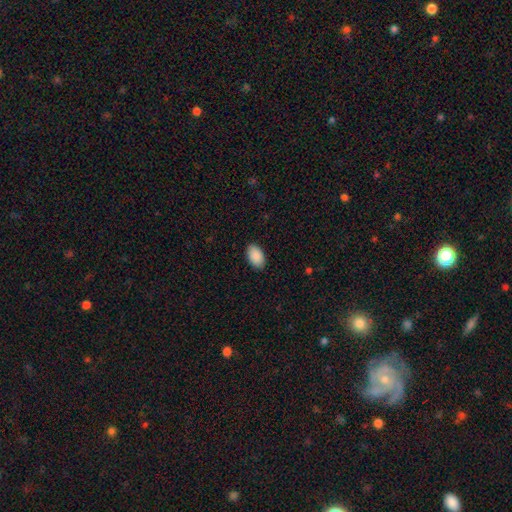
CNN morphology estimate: type=smooth (91%); roundness=in between (94%); merging=none (89%).